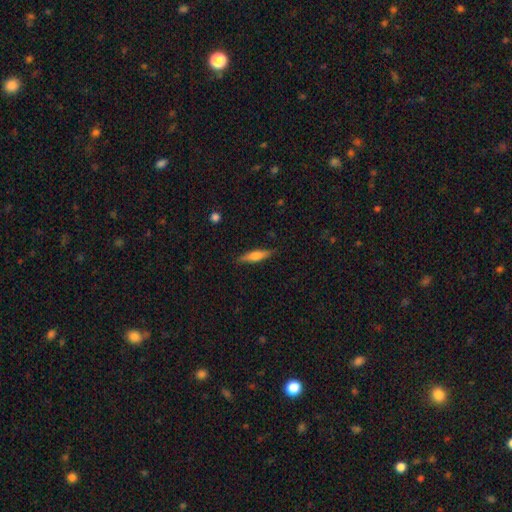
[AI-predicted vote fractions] A smooth galaxy with no disk features (53%) that is cigar-shaped (78%).

Vote fractions:
- Smooth or featured? smooth: 53% / featured or disk: 41% / star or artifact: 6%
- How rounded? cigar-shaped: 78% / in between: 20% / round: 2%
- Merging? none: 88% / minor disturbance: 9% / major disturbance: 2% / merger: 1%